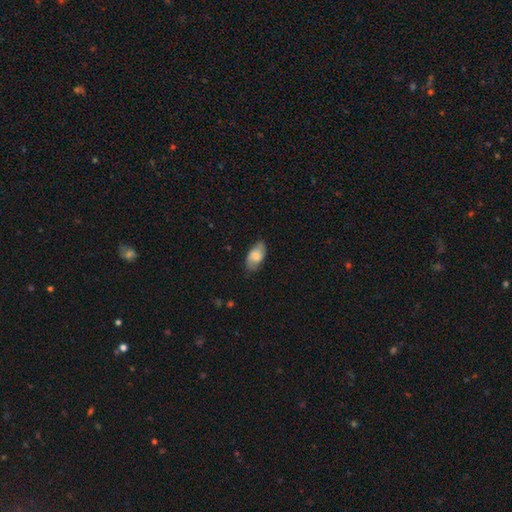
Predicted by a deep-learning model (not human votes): Morphology: type=smooth (65%); roundness=in between (92%); merging=none (72%).